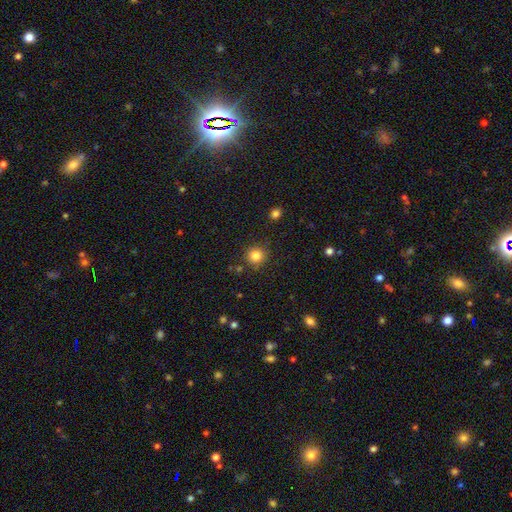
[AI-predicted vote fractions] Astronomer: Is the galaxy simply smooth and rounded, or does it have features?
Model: smooth — 83%.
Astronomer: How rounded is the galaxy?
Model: round — 92%.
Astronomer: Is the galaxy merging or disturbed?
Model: none — 85%.